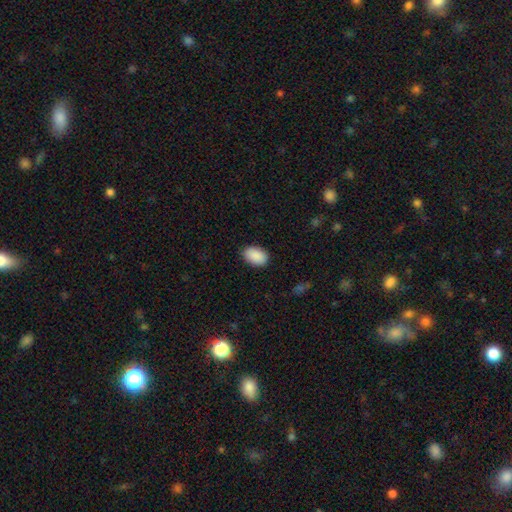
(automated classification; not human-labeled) This is clearly a smooth galaxy (91%). How rounded: clearly in between (89%). Merging: clearly none (87%).